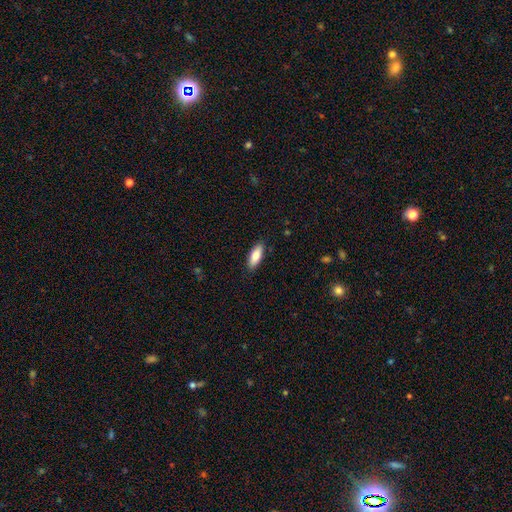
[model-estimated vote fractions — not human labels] The model was most divided on "how rounded": in between: 69%, cigar-shaped: 29%, round: 2%. More confident: merging — none (88%); smooth or featured — smooth (81%).